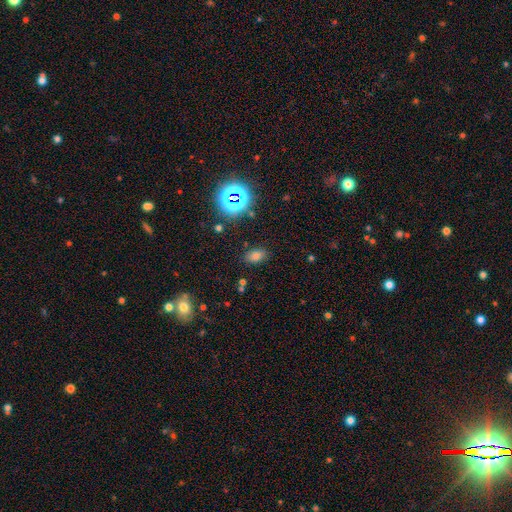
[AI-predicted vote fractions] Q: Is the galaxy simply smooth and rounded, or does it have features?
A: smooth — 68%.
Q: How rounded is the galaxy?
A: in between — 85%.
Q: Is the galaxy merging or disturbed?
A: none — 82%.